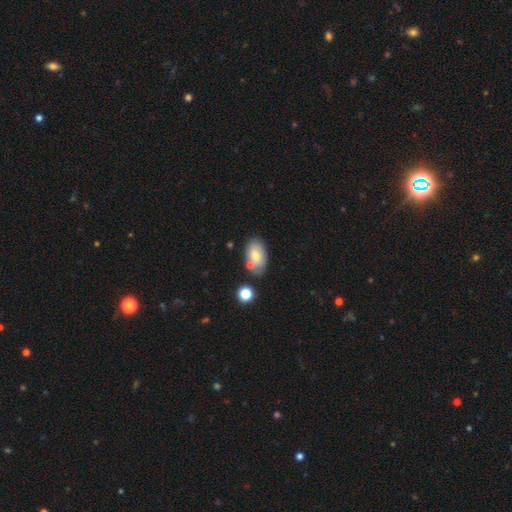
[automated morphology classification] smooth-or-featured: smooth: 73% | featured or disk: 19% | star or artifact: 8%
  how-rounded: in between: 92% | round: 6% | cigar-shaped: 2%
  merging: none: 68% | minor disturbance: 15% | merger: 13% | major disturbance: 4%